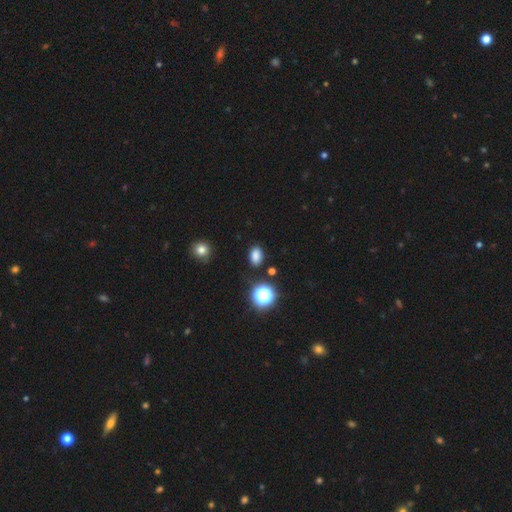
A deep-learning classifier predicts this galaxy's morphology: smooth-or-featured: smooth: 80% | star or artifact: 15% | featured or disk: 5%
  how-rounded: in between: 80% | round: 18% | cigar-shaped: 1%
  merging: none: 86% | minor disturbance: 9% | major disturbance: 3% | merger: 2%